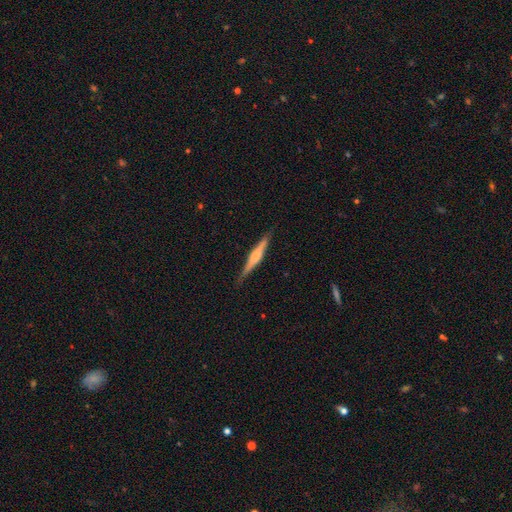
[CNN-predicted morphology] This is likely a featured or disk galaxy (63%). It is clearly viewed edge-on (98%). Edge-on bulge: possibly rounded (48%). Merging: clearly none (87%).